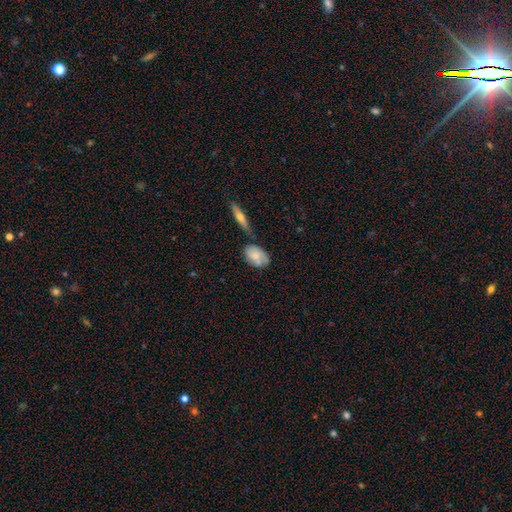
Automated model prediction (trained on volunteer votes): smooth 64%, featured or disk 29%, star or artifact 7%. Down the decision tree: how rounded — in between (85%); merging — none (52%).